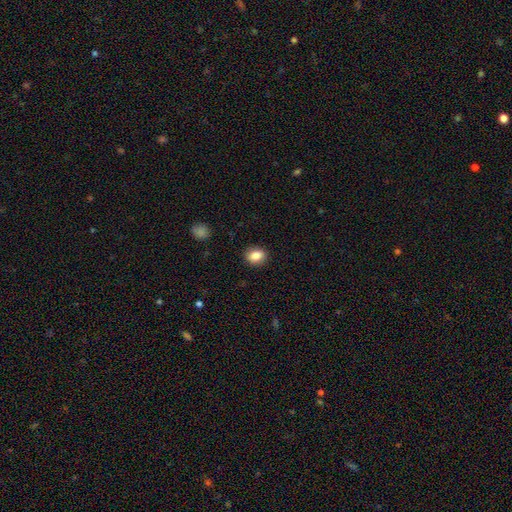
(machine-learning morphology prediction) This appears to be a smooth galaxy with no disk features (86%) that is in between round and cigar-shaped (56%). Merging: none (88%).